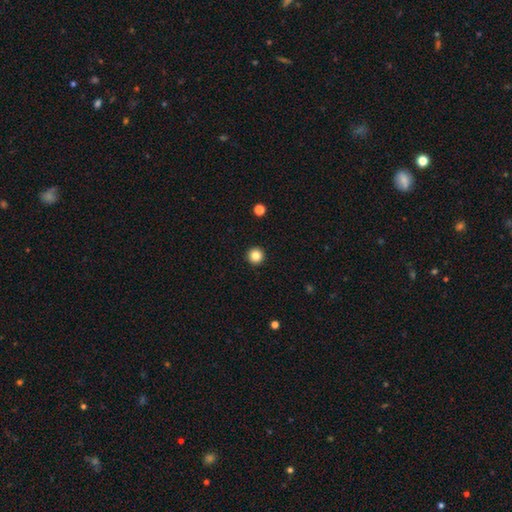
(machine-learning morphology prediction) The model was most divided on "smooth or featured": smooth: 84%, star or artifact: 11%, featured or disk: 5%. More confident: how rounded — round (97%); merging — none (94%).